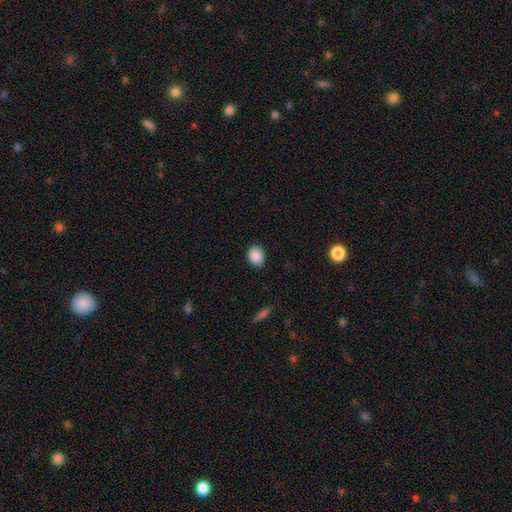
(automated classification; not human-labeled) This is clearly a smooth galaxy (89%). How rounded: possibly in between (57%). Merging: clearly none (88%).